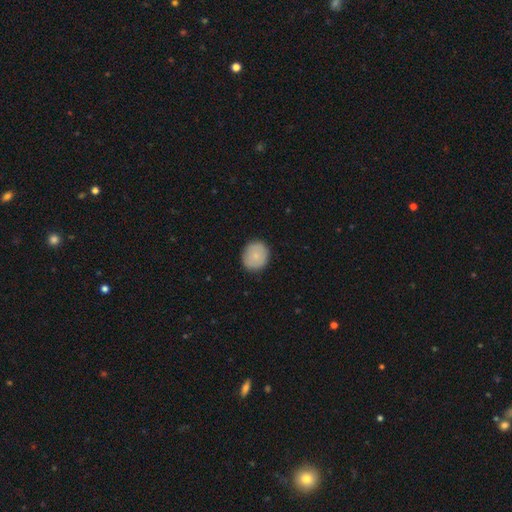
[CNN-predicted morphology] Smooth or featured? smooth (82%)
How rounded? round (86%)
Merging? none (88%)